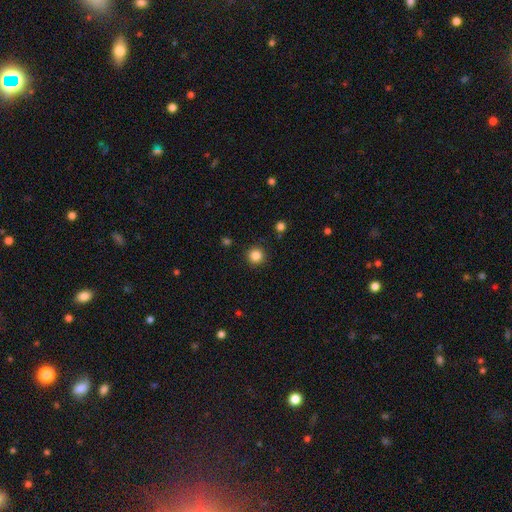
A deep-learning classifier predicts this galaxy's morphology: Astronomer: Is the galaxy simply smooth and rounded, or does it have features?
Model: smooth — 85%.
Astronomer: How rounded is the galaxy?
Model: round — 95%.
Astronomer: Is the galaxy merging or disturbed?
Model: none — 91%.